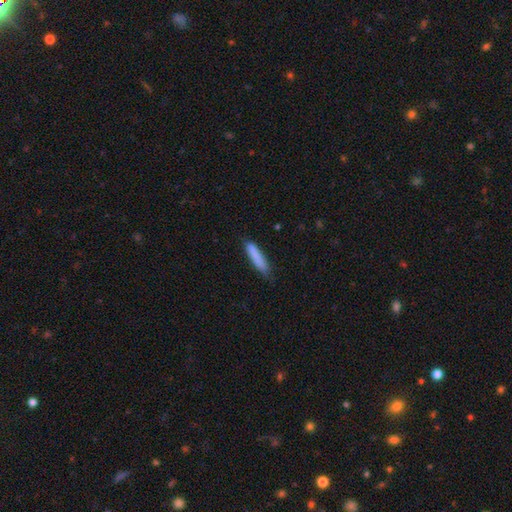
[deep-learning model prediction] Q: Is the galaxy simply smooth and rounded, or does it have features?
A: smooth — 84%.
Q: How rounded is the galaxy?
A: cigar-shaped — 85%.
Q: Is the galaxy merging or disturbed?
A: none — 77%.